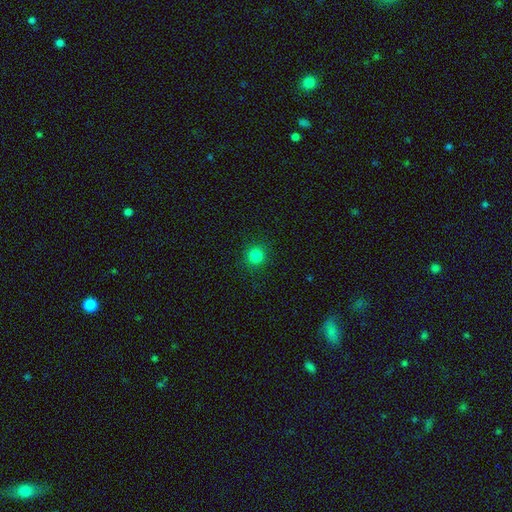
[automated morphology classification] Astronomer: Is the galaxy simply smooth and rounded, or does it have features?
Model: smooth — 84%.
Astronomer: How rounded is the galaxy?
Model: round — 94%.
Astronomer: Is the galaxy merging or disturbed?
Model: none — 91%.